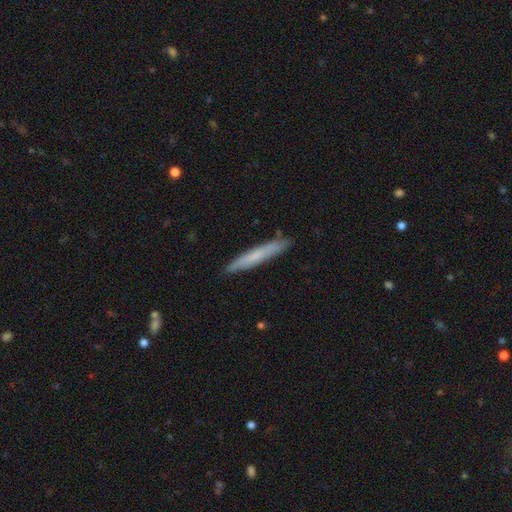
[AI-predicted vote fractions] Smooth or featured: smooth — 66% (featured or disk — 28%)
How rounded: cigar-shaped — 95% (in between — 4%)
Merging: none — 88% (minor disturbance — 9%)